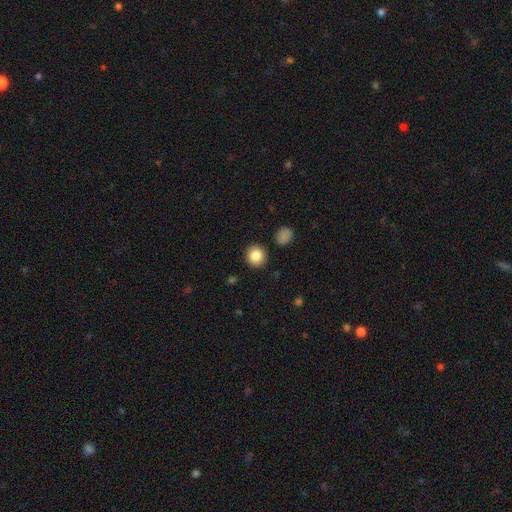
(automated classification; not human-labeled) This is clearly a smooth galaxy (86%). How rounded: clearly round (91%). Merging: clearly none (90%).